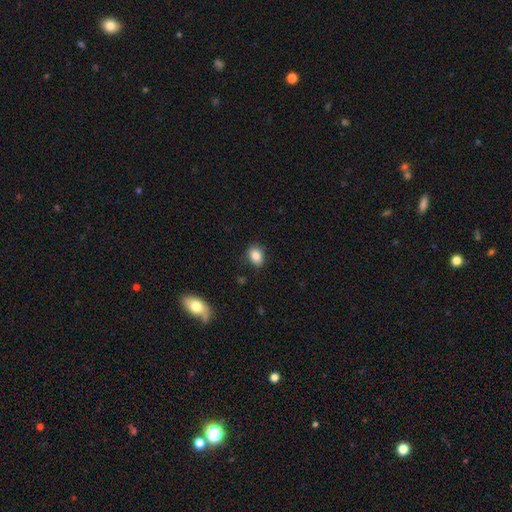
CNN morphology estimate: smooth 85%, star or artifact 9%, featured or disk 6%. Down the decision tree: how rounded — in between (69%); merging — none (83%).